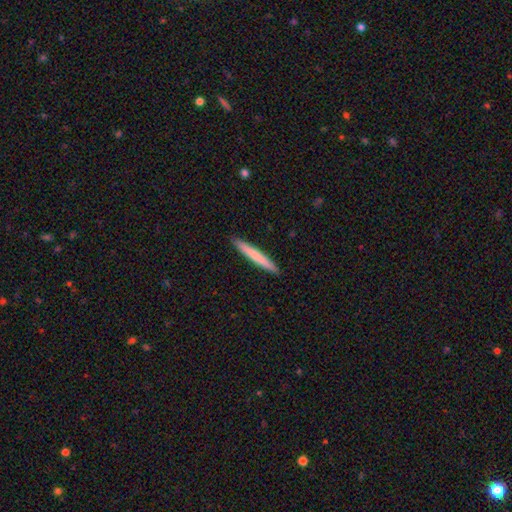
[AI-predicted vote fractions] The model was most divided on "smooth or featured": smooth: 73%, featured or disk: 22%, star or artifact: 5%. More confident: how rounded — cigar-shaped (96%); merging — none (93%).